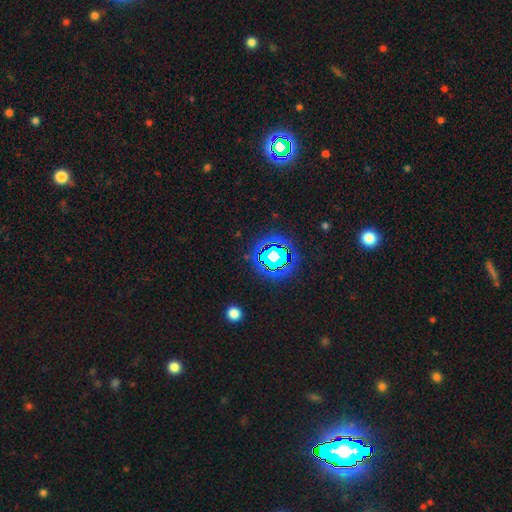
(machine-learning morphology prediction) The model was most divided on "smooth or featured": star or artifact: 80%, smooth: 12%, featured or disk: 7%.